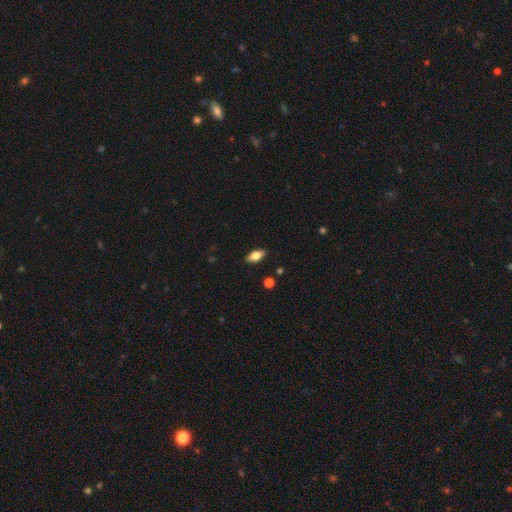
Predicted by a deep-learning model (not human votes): Smooth or featured?
  - smooth: 71% *
  - featured or disk: 22%
  - star or artifact: 7%
How rounded?
  - in between: 85% *
  - cigar-shaped: 11%
  - round: 4%
Merging?
  - none: 88% *
  - minor disturbance: 9%
  - major disturbance: 2%
  - merger: 1%